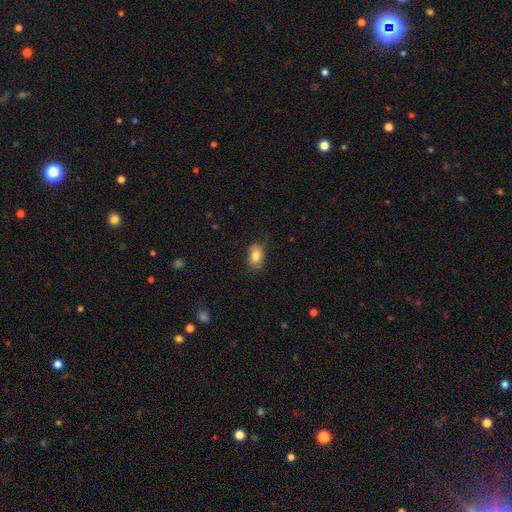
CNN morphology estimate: Q: Smooth or featured?
A: smooth (81%); runner-up: featured or disk (10%)
Q: How rounded?
A: in between (82%); runner-up: round (16%)
Q: Merging?
A: none (78%); runner-up: minor disturbance (17%)